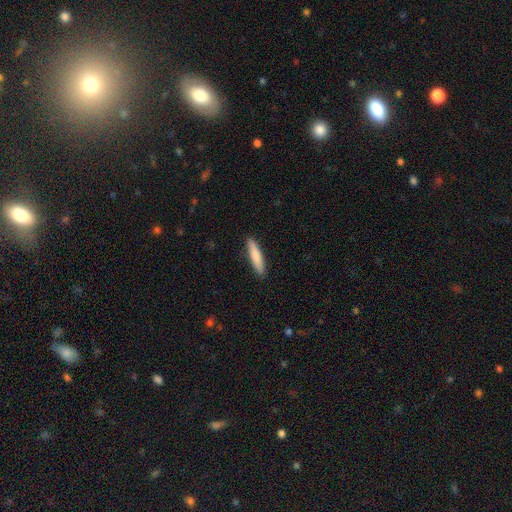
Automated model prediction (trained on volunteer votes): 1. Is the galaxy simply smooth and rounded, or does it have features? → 79% smooth, 15% featured or disk, 5% star or artifact.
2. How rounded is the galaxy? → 86% cigar-shaped, 13% in between, 1% round.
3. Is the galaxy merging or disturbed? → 91% none, 7% minor disturbance, 1% major disturbance, 1% merger.